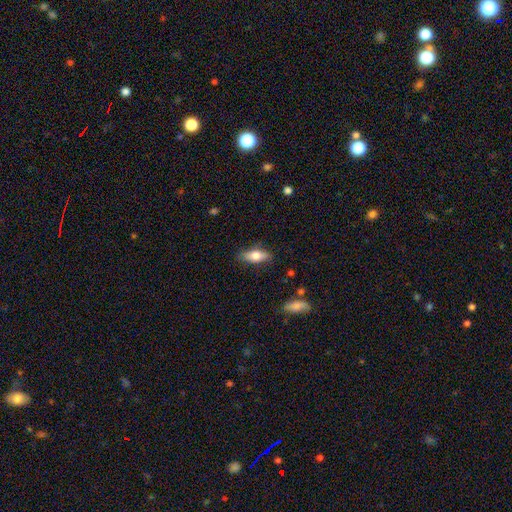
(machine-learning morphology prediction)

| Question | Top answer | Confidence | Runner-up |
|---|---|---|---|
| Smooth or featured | smooth | 72% | featured or disk (22%) |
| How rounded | in between | 74% | cigar-shaped (23%) |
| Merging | none | 82% | minor disturbance (14%) |